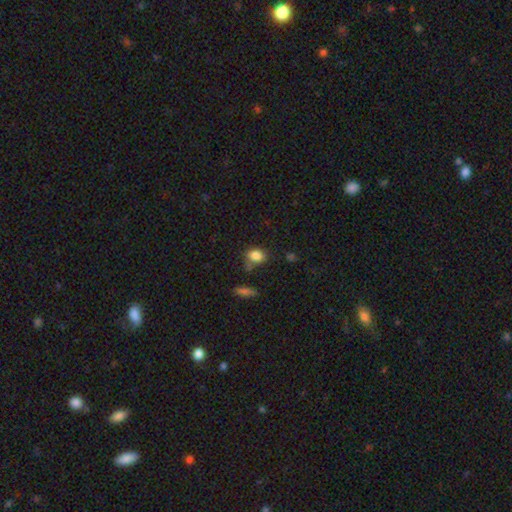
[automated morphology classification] type=smooth (83%); roundness=in between (65%); merging=none (60%).